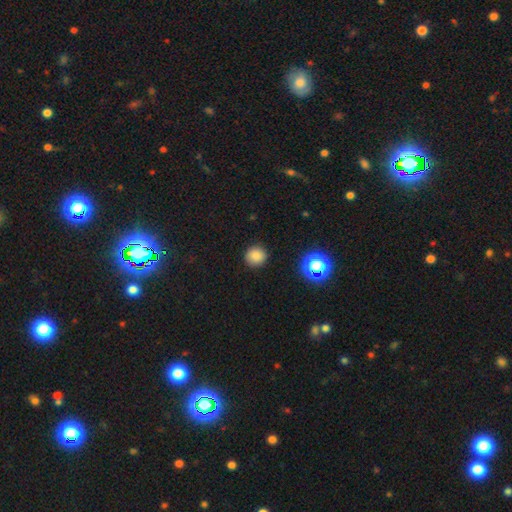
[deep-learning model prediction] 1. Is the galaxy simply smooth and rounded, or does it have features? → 82% smooth, 14% star or artifact, 4% featured or disk.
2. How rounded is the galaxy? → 92% round, 7% in between, 1% cigar-shaped.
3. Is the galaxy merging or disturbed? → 90% none, 7% minor disturbance, 2% major disturbance, 1% merger.